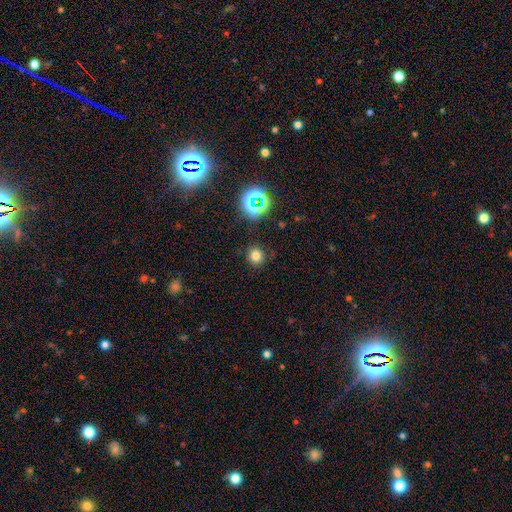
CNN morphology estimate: smooth-or-featured: smooth: 74% | star or artifact: 20% | featured or disk: 6%
  how-rounded: round: 90% | in between: 9% | cigar-shaped: 1%
  merging: none: 86% | minor disturbance: 9% | major disturbance: 3% | merger: 2%